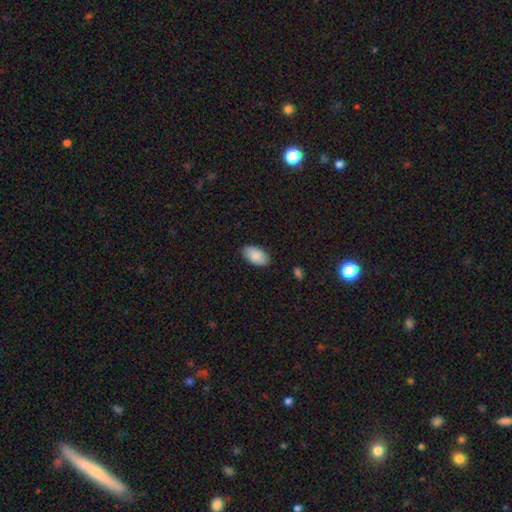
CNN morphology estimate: Smooth or featured? Predicted: smooth (p=0.88). How rounded? Predicted: in between (p=0.95). Merging? Predicted: none (p=0.86).